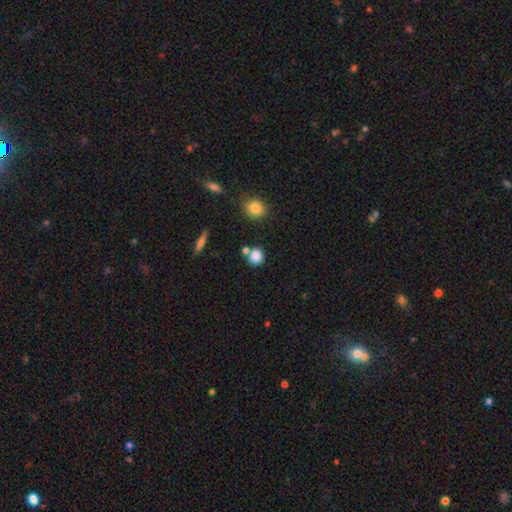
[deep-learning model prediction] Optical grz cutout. It shows a smooth galaxy with no disk features (84%) that is round (85%). Merging: none (67%).